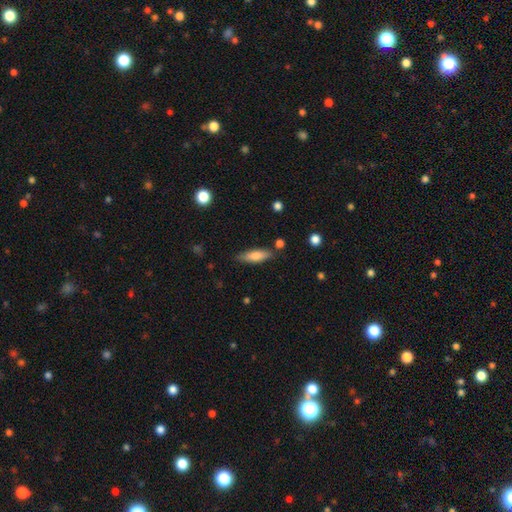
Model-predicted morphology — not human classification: Smooth or featured: smooth — 73% (featured or disk — 21%)
How rounded: cigar-shaped — 50% (in between — 48%)
Merging: none — 81% (minor disturbance — 13%)